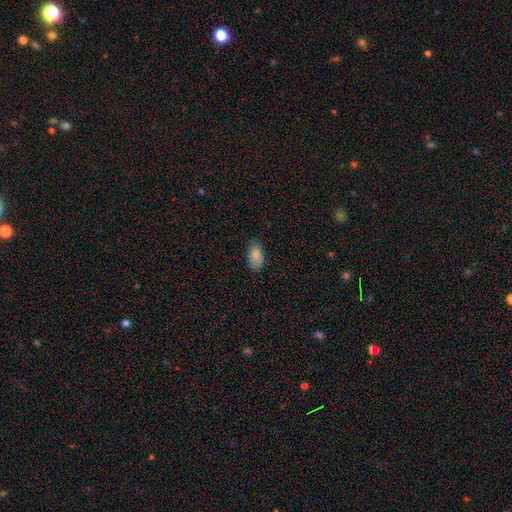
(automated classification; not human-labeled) Smooth or featured? Predicted: smooth (p=0.87). How rounded? Predicted: in between (p=0.93). Merging? Predicted: none (p=0.79).